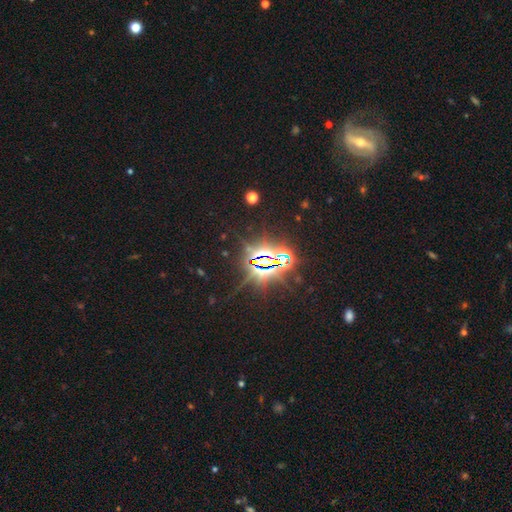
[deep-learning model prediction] smooth-or-featured: star or artifact: 83% | featured or disk: 8% | smooth: 8%